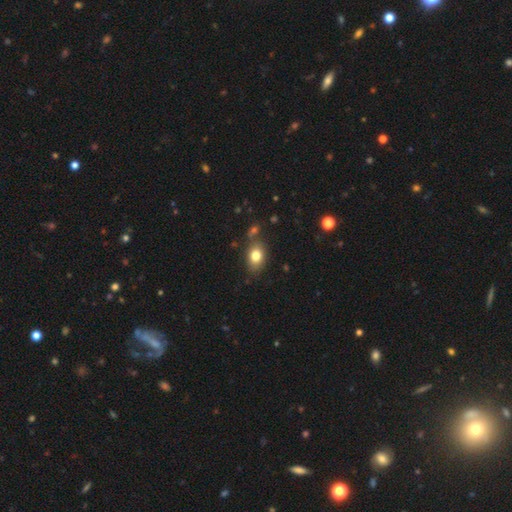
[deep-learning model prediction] This is clearly a smooth galaxy (80%). How rounded: likely in between (76%). Merging: likely none (72%).